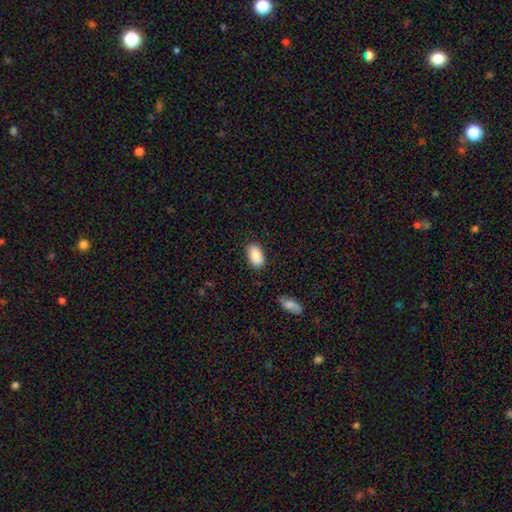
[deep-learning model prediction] Morphology: type=smooth (87%); roundness=in between (93%); merging=none (84%).